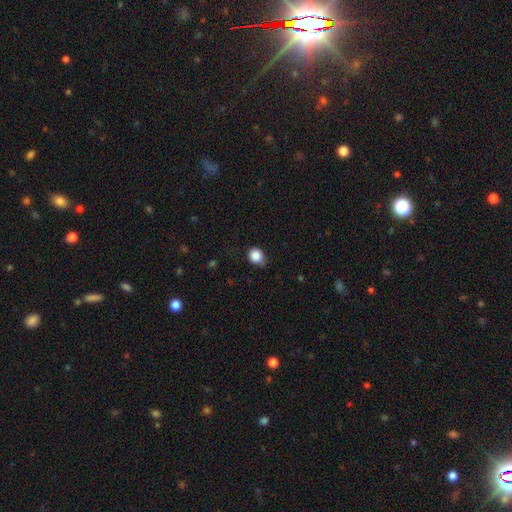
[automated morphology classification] smooth_or_featured: smooth (p=0.87) [alt: star or artifact p=0.09]
how_rounded: round (p=0.68) [alt: in between p=0.31]
merging: none (p=0.71) [alt: minor disturbance p=0.24]